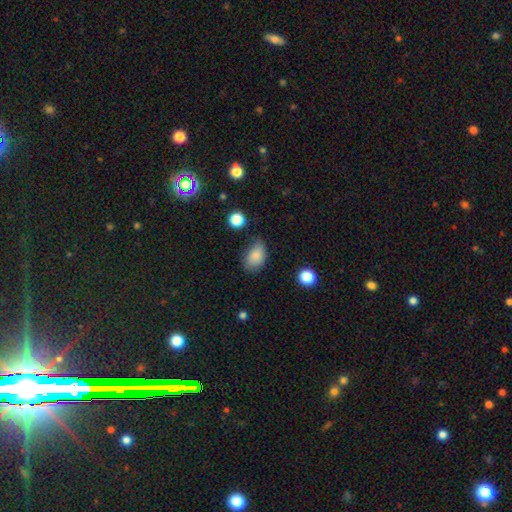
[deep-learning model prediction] Overall: smooth (85%). How rounded: in between (86%). Merging: none (61%; minor disturbance 30%).